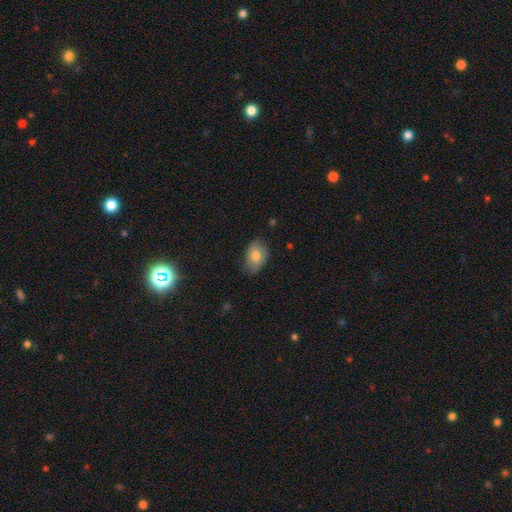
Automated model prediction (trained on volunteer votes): Smooth or featured?
  - smooth: 70% *
  - featured or disk: 22%
  - star or artifact: 8%
How rounded?
  - in between: 82% *
  - round: 17%
  - cigar-shaped: 1%
Merging?
  - none: 66% *
  - minor disturbance: 27%
  - major disturbance: 5%
  - merger: 1%